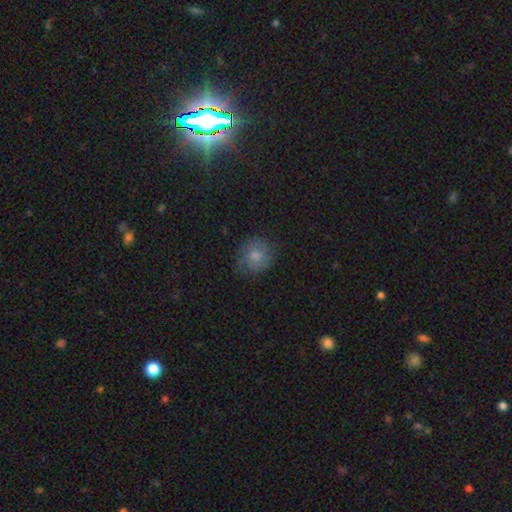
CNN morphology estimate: Smooth or featured: smooth — 77% (featured or disk — 14%)
How rounded: round — 77% (in between — 22%)
Merging: none — 68% (minor disturbance — 23%)